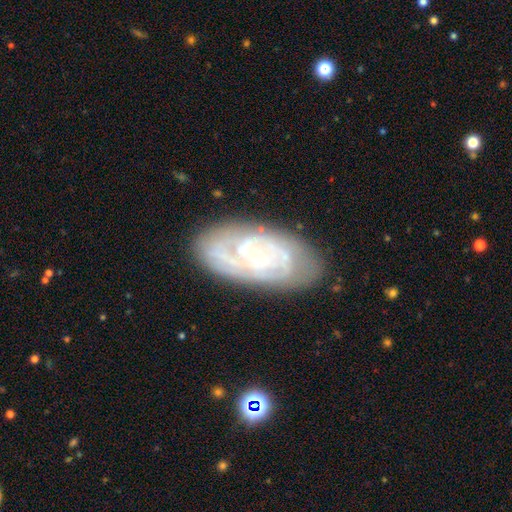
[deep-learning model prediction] smooth-or-featured: featured or disk: 85% | smooth: 9% | star or artifact: 6%
  disk-edge-on: no: 95% | yes: 5%
    bar: no: 67% | weak: 26% | strong: 7%
    has-spiral-arms: yes: 95% | no: 5%
      spiral-winding: tight: 72% | medium: 23% | loose: 5%
      spiral-arm-count: 2: 32% | can't tell: 28% | 3: 20% | 4: 9% | more than 4: 5% | 1: 5%
    bulge-size: small: 77% | moderate: 19% | none: 1% | large: 1% | dominant: 1%
  merging: none: 78% | minor disturbance: 16% | major disturbance: 4% | merger: 2%